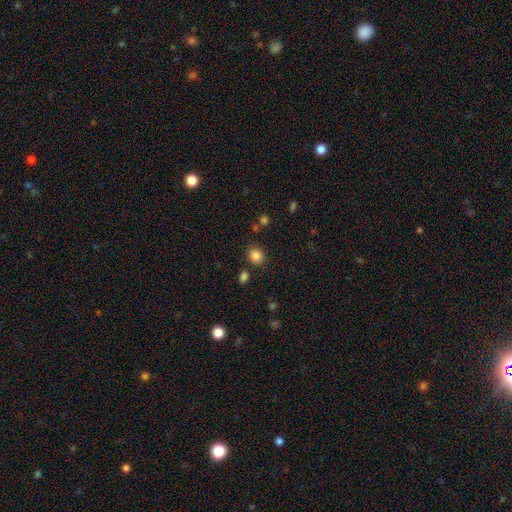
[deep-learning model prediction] This is clearly a smooth galaxy (85%). How rounded: likely round (73%). Merging: clearly none (82%).